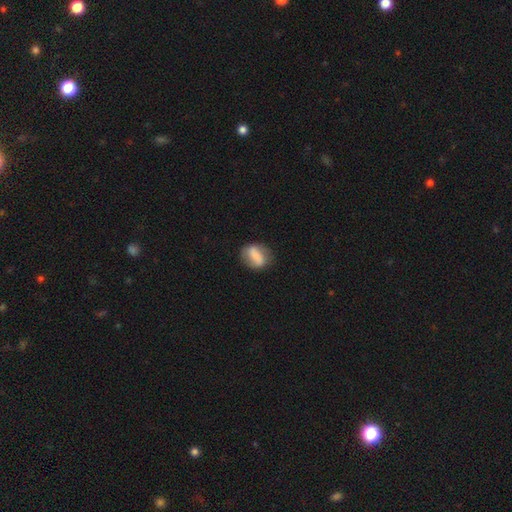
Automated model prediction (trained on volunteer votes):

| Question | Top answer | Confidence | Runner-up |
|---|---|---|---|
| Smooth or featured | smooth | 64% | featured or disk (28%) |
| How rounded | in between | 67% | round (26%) |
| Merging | none | 68% | minor disturbance (22%) |